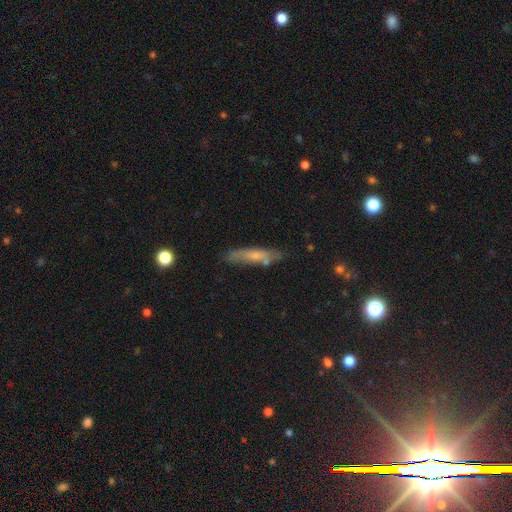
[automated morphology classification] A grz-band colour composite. It shows a smooth galaxy with no disk features (58%) that is cigar-shaped (83%). Merging: none (73%).